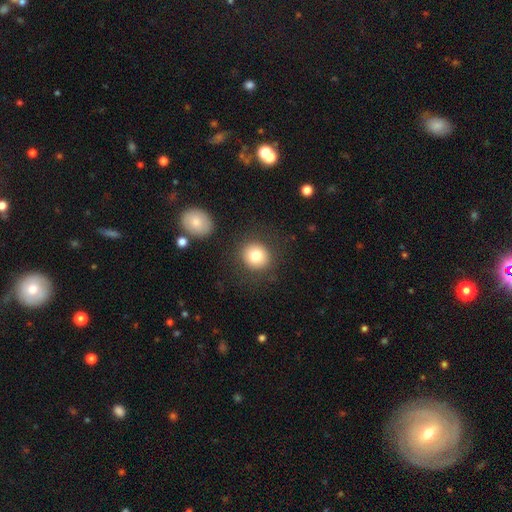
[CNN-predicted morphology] smooth-or-featured: smooth: 80% | featured or disk: 10% | star or artifact: 9%
  how-rounded: round: 87% | in between: 13% | cigar-shaped: 1%
  merging: none: 85% | minor disturbance: 9% | major disturbance: 4% | merger: 3%